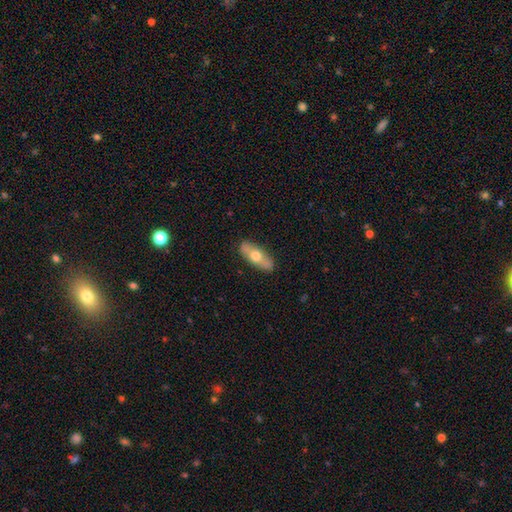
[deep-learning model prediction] This is possibly a smooth galaxy (58%). How rounded: likely in between (63%). Merging: clearly none (86%).